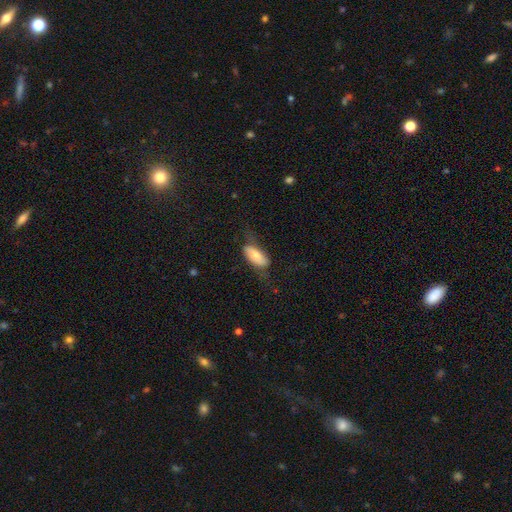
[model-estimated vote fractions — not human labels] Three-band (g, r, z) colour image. It shows a smooth galaxy with no disk features (65%) that is in between round and cigar-shaped (82%). Merging: none (56%).